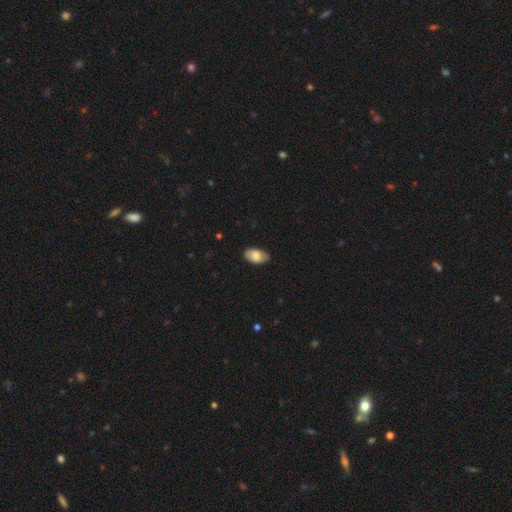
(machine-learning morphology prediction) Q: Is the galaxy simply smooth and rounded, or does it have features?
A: smooth — 80%.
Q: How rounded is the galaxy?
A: in between — 94%.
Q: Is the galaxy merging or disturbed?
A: none — 82%.